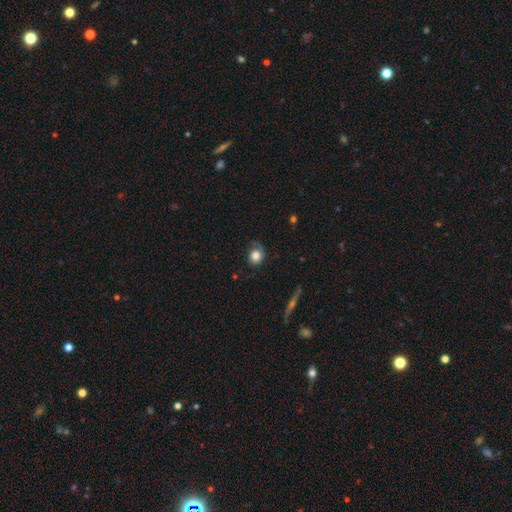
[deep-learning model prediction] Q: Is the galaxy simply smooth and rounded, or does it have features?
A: smooth — 70%.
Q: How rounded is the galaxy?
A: round — 70%.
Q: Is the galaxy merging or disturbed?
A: none — 57%.